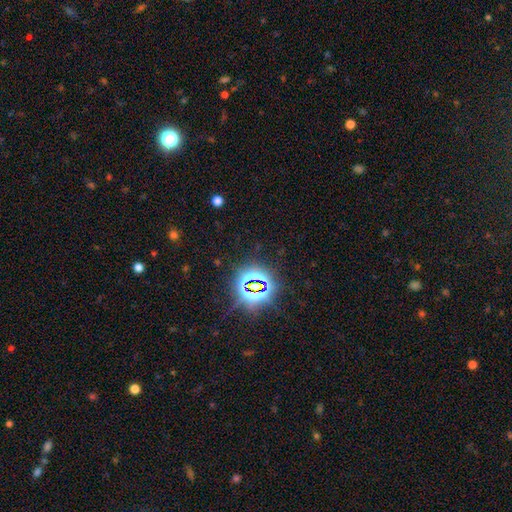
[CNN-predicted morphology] Smooth or featured? star or artifact (82%)